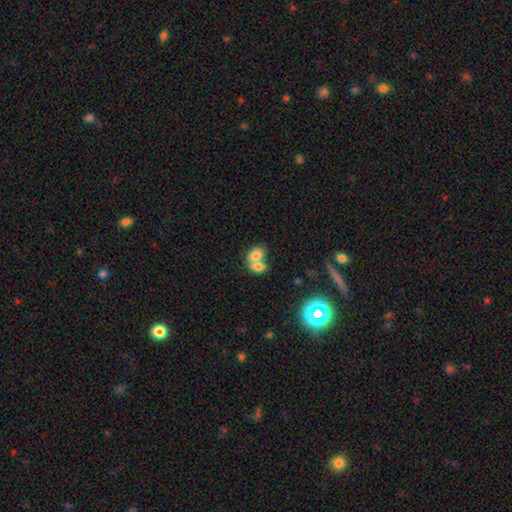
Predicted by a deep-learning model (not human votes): Smooth or featured? Predicted: smooth (p=0.75). How rounded? Predicted: in between (p=0.78). Merging? Predicted: merger (p=0.69).